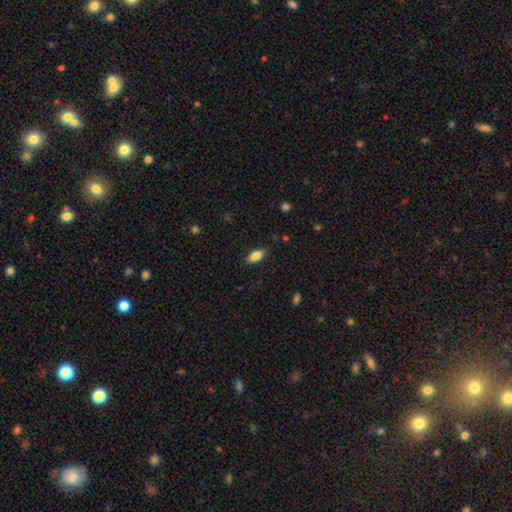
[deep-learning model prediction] This appears to be a smooth galaxy with no disk features (84%) that is in between round and cigar-shaped (88%). Merging: none (86%).